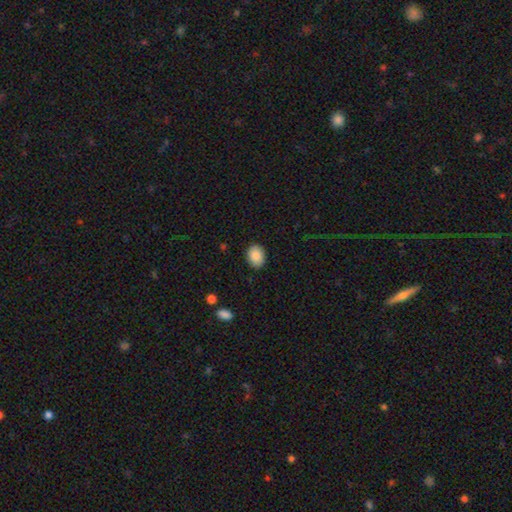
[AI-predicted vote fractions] Morphology: type=smooth (89%); roundness=in between (67%); merging=none (88%).